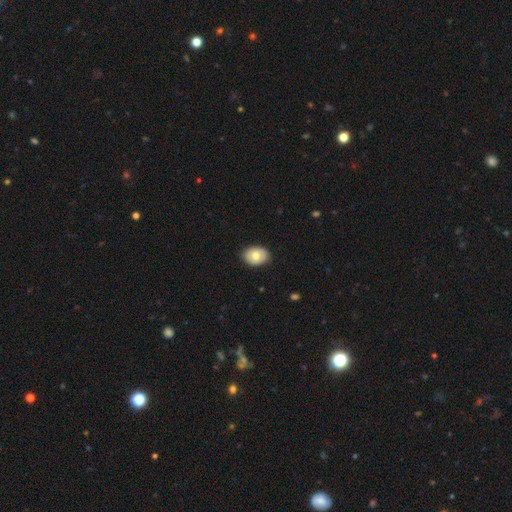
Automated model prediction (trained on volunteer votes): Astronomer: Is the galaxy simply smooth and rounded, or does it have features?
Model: smooth — 69%.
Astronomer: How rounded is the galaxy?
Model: in between — 74%.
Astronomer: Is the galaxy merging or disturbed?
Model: none — 86%.